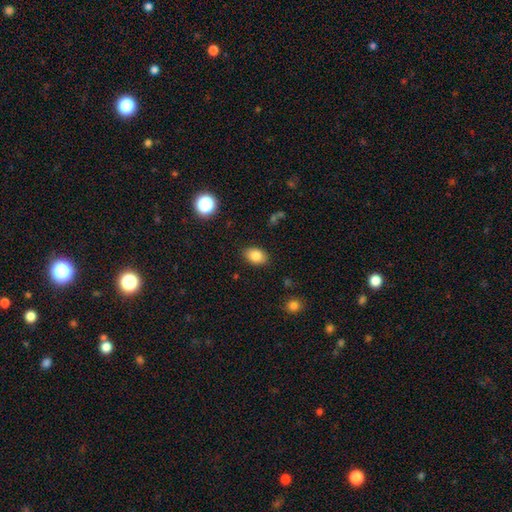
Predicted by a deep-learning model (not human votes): smooth_or_featured: smooth (p=0.84) [alt: star or artifact p=0.09]
how_rounded: in between (p=0.81) [alt: round p=0.18]
merging: none (p=0.86) [alt: minor disturbance p=0.10]